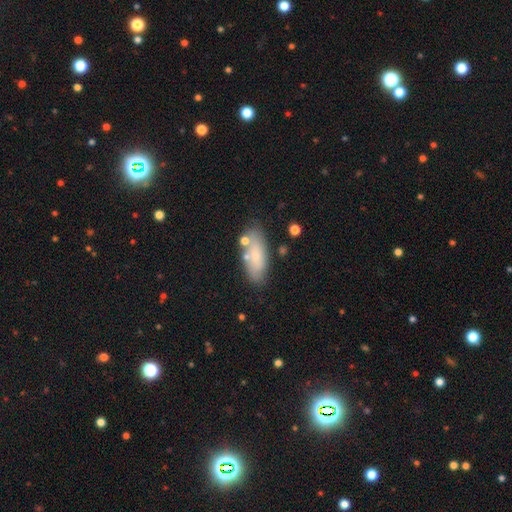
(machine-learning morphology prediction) This appears to be a smooth galaxy with no disk features (70%) that is in between round and cigar-shaped (78%). Merging: none (72%).